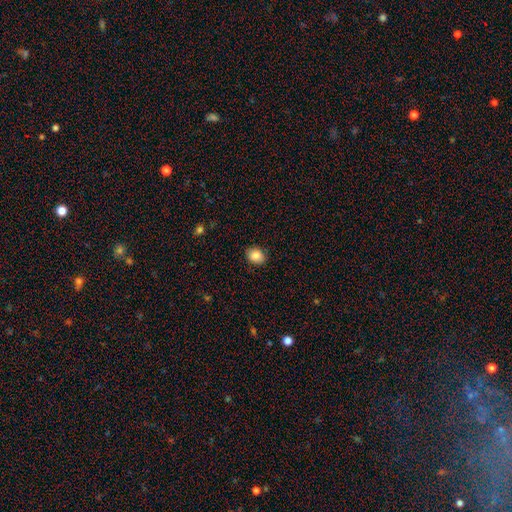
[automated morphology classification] The model was most divided on "how rounded": round: 52%, in between: 47%, cigar-shaped: 1%. More confident: merging — none (88%); smooth or featured — smooth (87%).